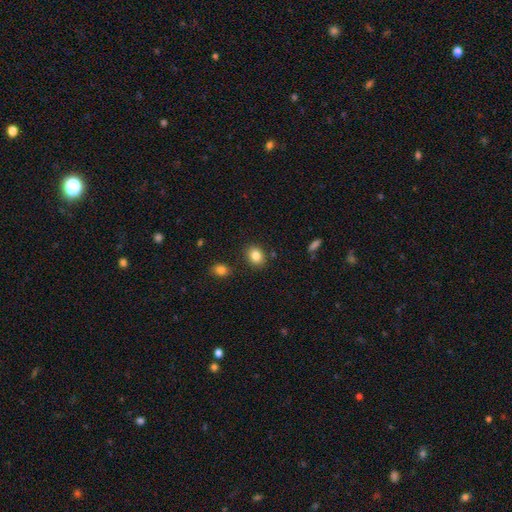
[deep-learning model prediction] Smooth or featured? smooth (84%)
How rounded? in between (53%)
Merging? none (85%)